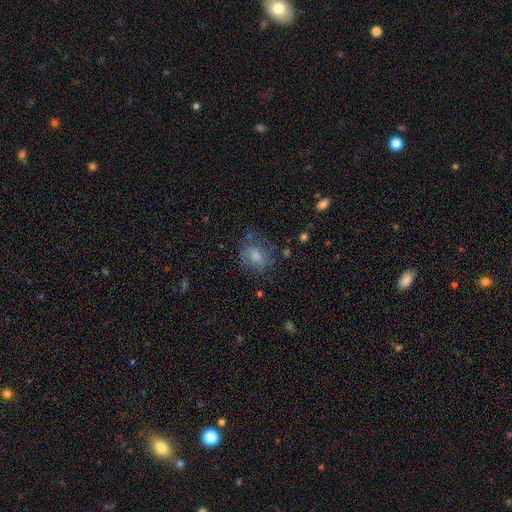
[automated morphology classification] This appears to be a smooth galaxy with no disk features (47%). Merging: none (68%).